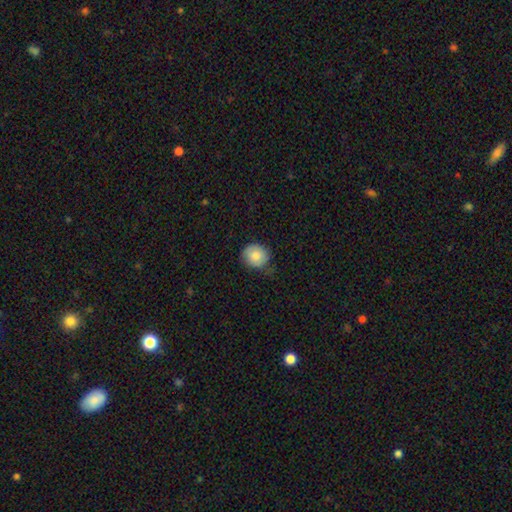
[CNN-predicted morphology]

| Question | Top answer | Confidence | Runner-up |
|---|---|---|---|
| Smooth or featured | smooth | 82% | featured or disk (11%) |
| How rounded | round | 80% | in between (19%) |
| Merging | none | 67% | minor disturbance (26%) |